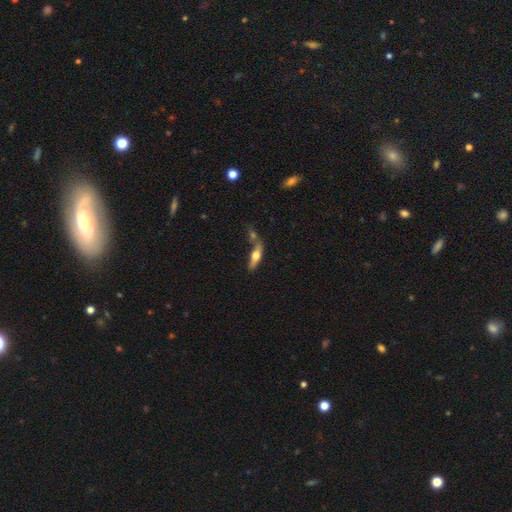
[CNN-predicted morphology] smooth-or-featured: smooth: 48% | featured or disk: 44% | star or artifact: 8%
  merging: none: 46% | merger: 31% | minor disturbance: 15% | major disturbance: 8%